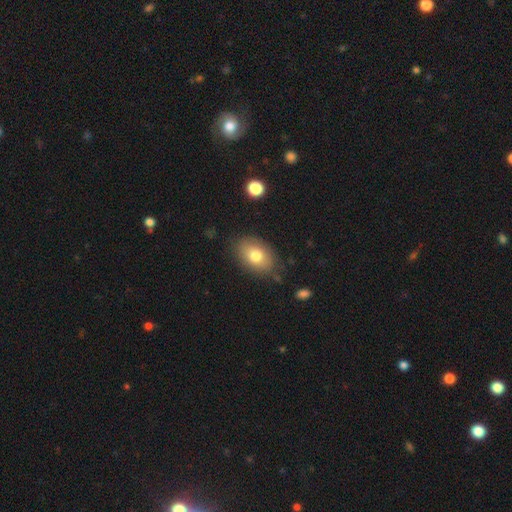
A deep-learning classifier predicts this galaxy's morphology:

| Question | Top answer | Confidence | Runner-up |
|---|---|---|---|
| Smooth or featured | smooth | 76% | featured or disk (15%) |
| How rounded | in between | 83% | round (16%) |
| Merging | none | 80% | minor disturbance (14%) |